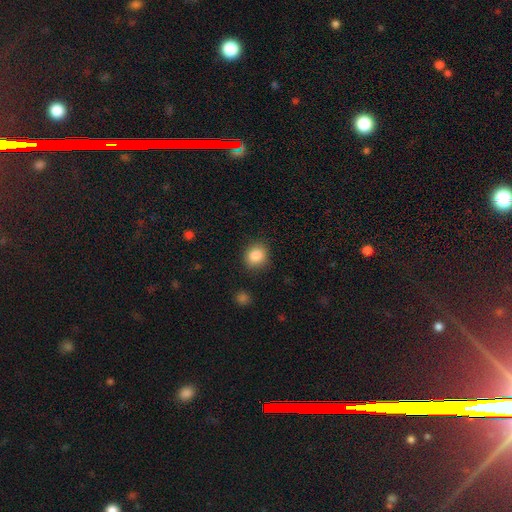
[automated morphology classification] A smooth galaxy with no disk features (86%) that is round (76%).

Vote fractions:
- Smooth or featured? smooth: 86% / star or artifact: 9% / featured or disk: 5%
- How rounded? round: 76% / in between: 23% / cigar-shaped: 1%
- Merging? none: 87% / minor disturbance: 9% / major disturbance: 3% / merger: 2%